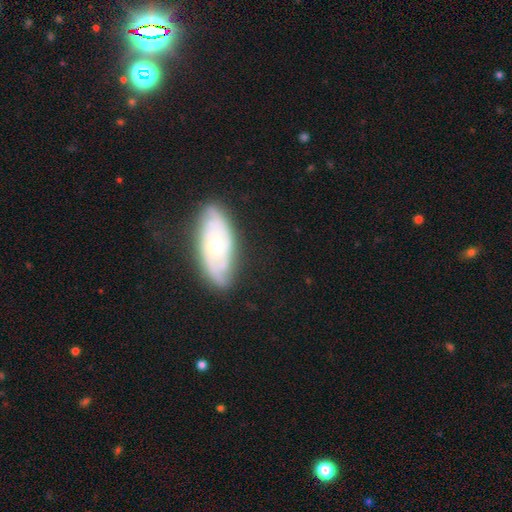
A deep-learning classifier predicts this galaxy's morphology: smooth_or_featured: featured or disk (p=0.44) [alt: smooth p=0.40]
merging: none (p=0.81) [alt: minor disturbance p=0.13]